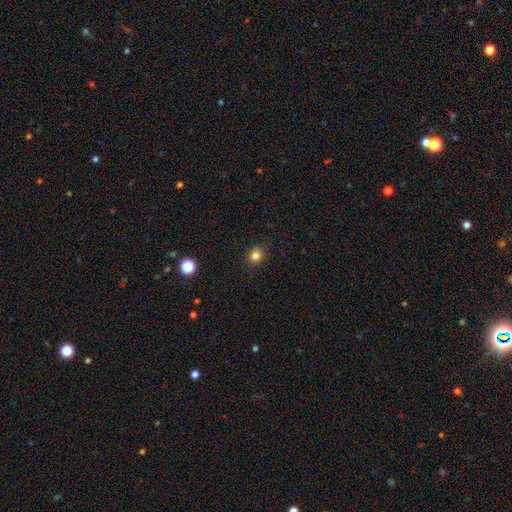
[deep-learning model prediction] This appears to be a smooth galaxy with no disk features (82%) that is round (80%). Merging: none (87%).